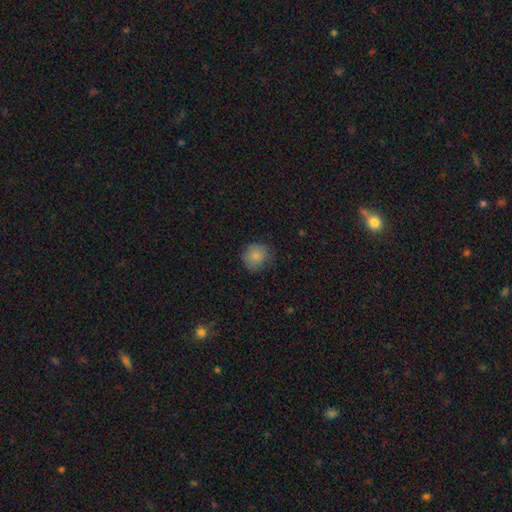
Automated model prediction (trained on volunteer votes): The model was most divided on "merging": none: 75%, minor disturbance: 19%, major disturbance: 5%, merger: 1%. More confident: how rounded — round (85%); smooth or featured — smooth (83%).